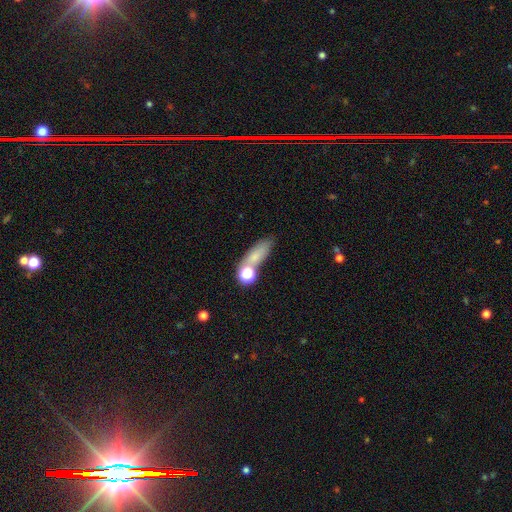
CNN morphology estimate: smooth-or-featured: smooth: 71% | featured or disk: 15% | star or artifact: 14%
  how-rounded: in between: 54% | cigar-shaped: 31% | round: 16%
  merging: none: 50% | merger: 28% | minor disturbance: 14% | major disturbance: 8%